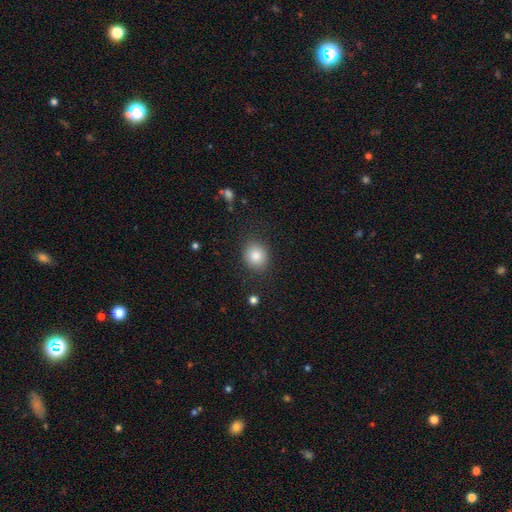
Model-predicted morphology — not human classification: Q: Smooth or featured?
A: smooth (84%); runner-up: star or artifact (9%)
Q: How rounded?
A: round (72%); runner-up: in between (27%)
Q: Merging?
A: none (86%); runner-up: minor disturbance (9%)